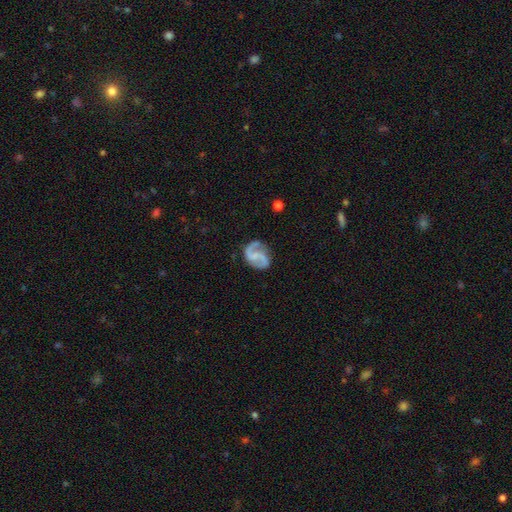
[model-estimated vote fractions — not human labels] The model was most divided on "bar": weak: 43%, no: 40%, strong: 17%. Remaining: edge-on disk — no (98%); spiral arms — yes (96%); spiral arm count — 2 (90%); smooth or featured — featured or disk (86%); merging — none (72%); spiral winding — medium (48%); bulge size — none (48%).